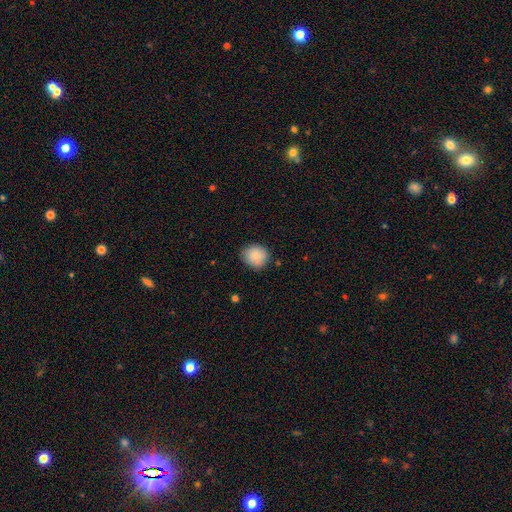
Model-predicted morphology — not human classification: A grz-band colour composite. It shows a smooth galaxy with no disk features (87%) that is round (82%). Merging: none (83%).